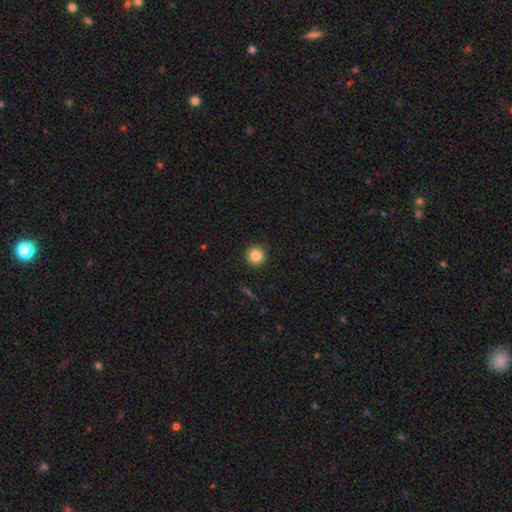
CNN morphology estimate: smooth 84%, star or artifact 10%, featured or disk 6%. Down the decision tree: how rounded — round (96%); merging — none (92%).